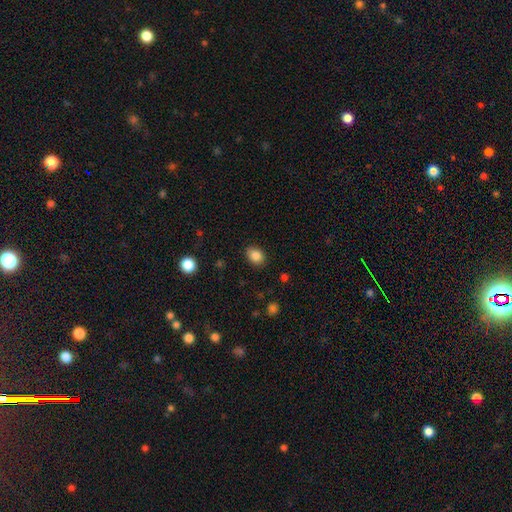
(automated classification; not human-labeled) Smooth or featured?
  - smooth: 86% *
  - star or artifact: 9%
  - featured or disk: 5%
How rounded?
  - in between: 63% *
  - round: 36%
  - cigar-shaped: 1%
Merging?
  - none: 86% *
  - minor disturbance: 10%
  - major disturbance: 3%
  - merger: 1%